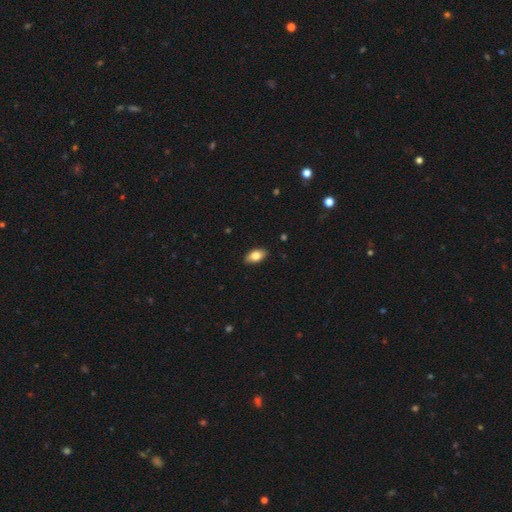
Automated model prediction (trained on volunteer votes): Smooth or featured: smooth — 79% (featured or disk — 14%)
How rounded: in between — 91% (cigar-shaped — 4%)
Merging: none — 89% (minor disturbance — 9%)